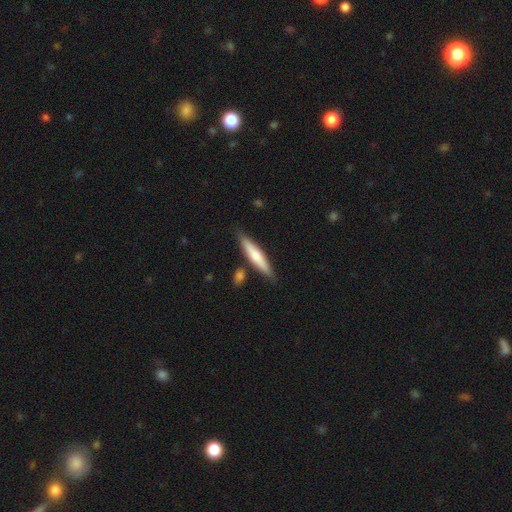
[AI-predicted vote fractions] This is likely a smooth galaxy (61%). How rounded: clearly cigar-shaped (88%). Merging: clearly none (82%).